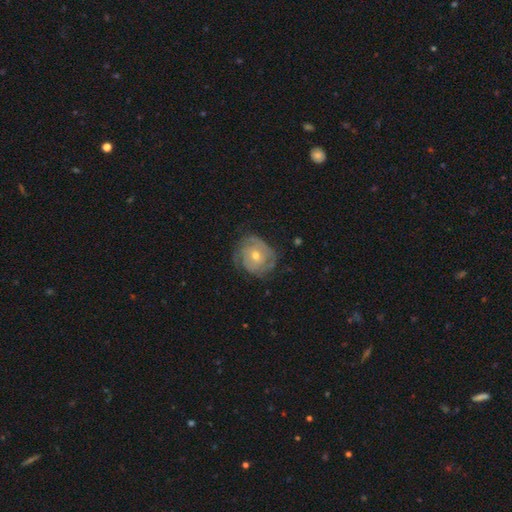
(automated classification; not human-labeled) smooth_or_featured: featured or disk (p=0.76) [alt: smooth p=0.17]
disk_edge_on: no (p=0.97) [alt: yes p=0.03]
bar: no (p=0.77) [alt: weak p=0.19]
has_spiral_arms: yes (p=0.86) [alt: no p=0.14]
spiral_winding: tight (p=0.70) [alt: medium p=0.23]
spiral_arm_count: can't tell (p=0.37) [alt: 3 p=0.23]
bulge_size: moderate (p=0.59) [alt: small p=0.38]
merging: none (p=0.70) [alt: minor disturbance p=0.21]